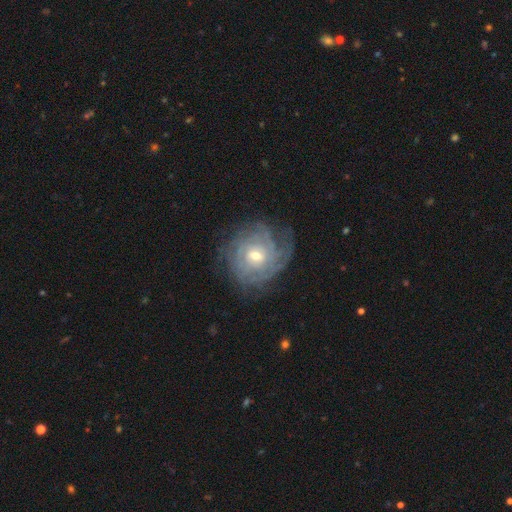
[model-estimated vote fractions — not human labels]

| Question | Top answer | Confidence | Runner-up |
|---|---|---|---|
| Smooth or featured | featured or disk | 84% | smooth (9%) |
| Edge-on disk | no | 97% | yes (3%) |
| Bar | no | 60% | weak (33%) |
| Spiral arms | yes | 95% | no (5%) |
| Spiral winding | tight | 76% | medium (19%) |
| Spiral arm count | can't tell | 43% | 4 (16%) |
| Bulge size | moderate | 55% | small (41%) |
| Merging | none | 74% | minor disturbance (17%) |